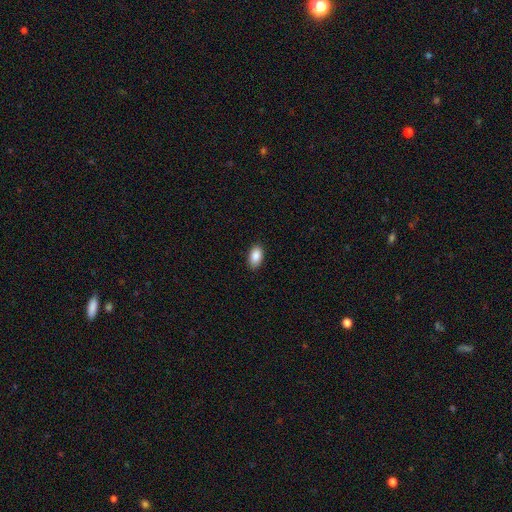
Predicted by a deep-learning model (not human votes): smooth_or_featured: smooth (p=0.89) [alt: star or artifact p=0.07]
how_rounded: in between (p=0.93) [alt: round p=0.05]
merging: none (p=0.88) [alt: minor disturbance p=0.09]